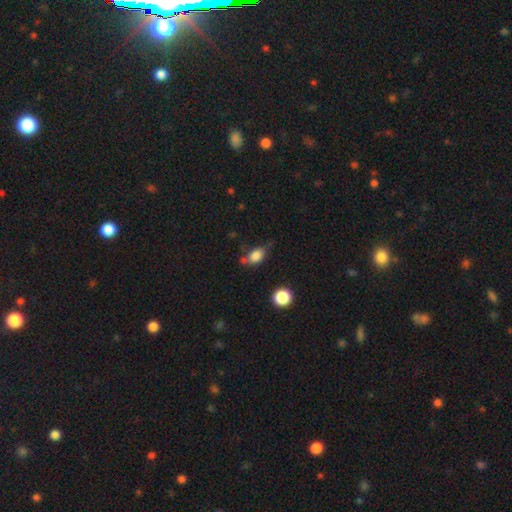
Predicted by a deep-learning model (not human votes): Overall: smooth (81%). How rounded: in between (80%). Merging: none (47%; minor disturbance 32%).